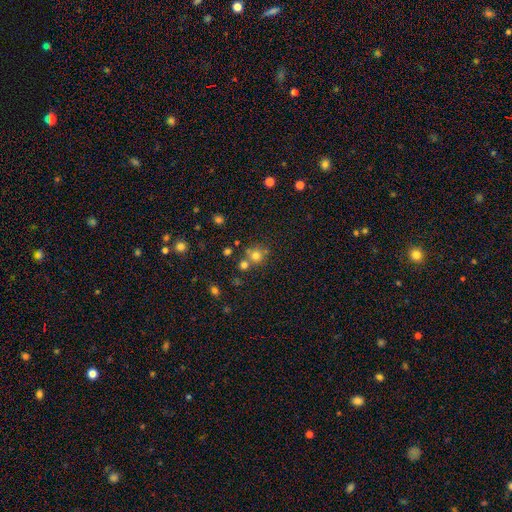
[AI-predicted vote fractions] smooth-or-featured: smooth: 73% | star or artifact: 17% | featured or disk: 10%
  how-rounded: round: 87% | in between: 12% | cigar-shaped: 1%
  merging: none: 58% | merger: 28% | minor disturbance: 9% | major disturbance: 4%